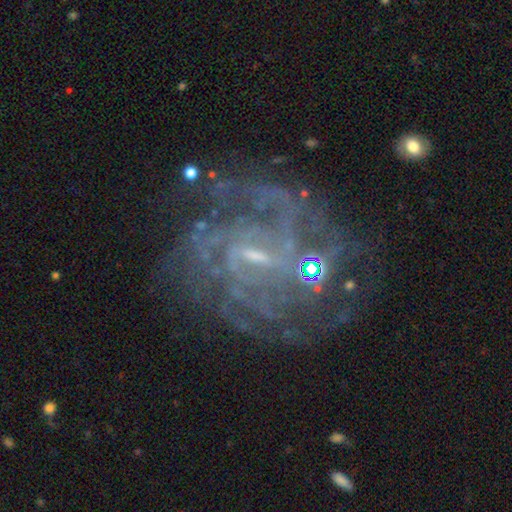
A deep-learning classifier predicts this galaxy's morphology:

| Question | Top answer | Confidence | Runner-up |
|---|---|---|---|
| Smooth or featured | featured or disk | 83% | star or artifact (11%) |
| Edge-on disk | no | 98% | yes (2%) |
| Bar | weak | 55% | no (22%) |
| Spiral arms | yes | 94% | no (6%) |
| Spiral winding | tight | 56% | medium (35%) |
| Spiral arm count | can't tell | 34% | 4 (17%) |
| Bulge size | small | 70% | none (15%) |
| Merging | none | 69% | minor disturbance (15%) |